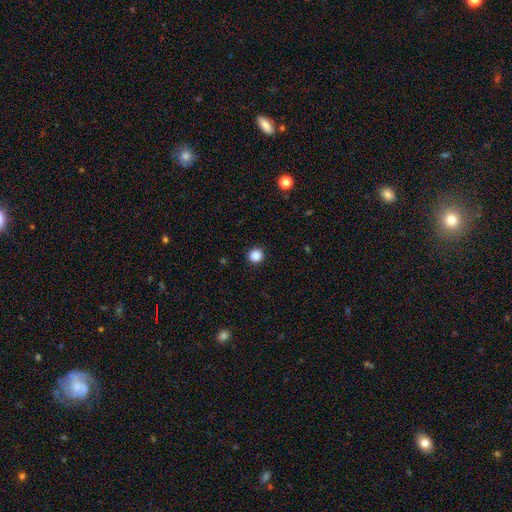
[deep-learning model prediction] A smooth galaxy with no disk features (87%) that is round (94%).

Vote fractions:
- Smooth or featured? smooth: 87% / star or artifact: 11% / featured or disk: 2%
- How rounded? round: 94% / in between: 5% / cigar-shaped: 1%
- Merging? none: 92% / minor disturbance: 5% / major disturbance: 2% / merger: 1%